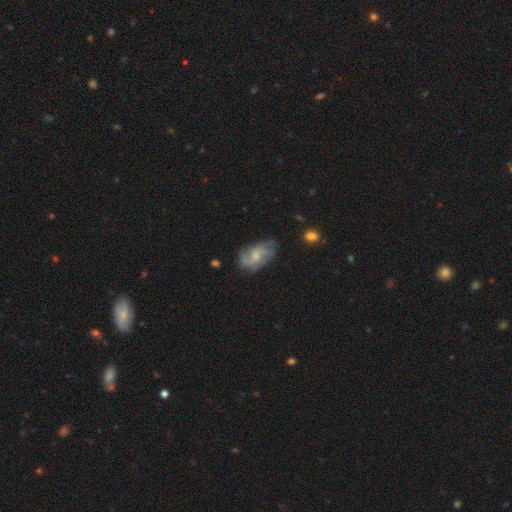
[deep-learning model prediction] A featured or disk galaxy (75%) with no bar (61%), 2 (32%) medium (47%) spiral arms (93%) and a small central bulge (50%).

Vote fractions:
- Smooth or featured? featured or disk: 75% / smooth: 18% / star or artifact: 6%
- Edge-on disk? no: 97% / yes: 3%
- Bar? no: 61% / weak: 34% / strong: 5%
- Spiral arms? yes: 93% / no: 7%
- Spiral winding? medium: 47% / tight: 30% / loose: 23%
- Spiral arm count? 2: 32% / 3: 30% / can't tell: 22% / 4: 8% / 1: 4% / more than 4: 4%
- Bulge size? small: 50% / moderate: 40% / none: 6% / large: 2% / dominant: 1%
- Merging? none: 68% / minor disturbance: 22% / major disturbance: 8% / merger: 2%